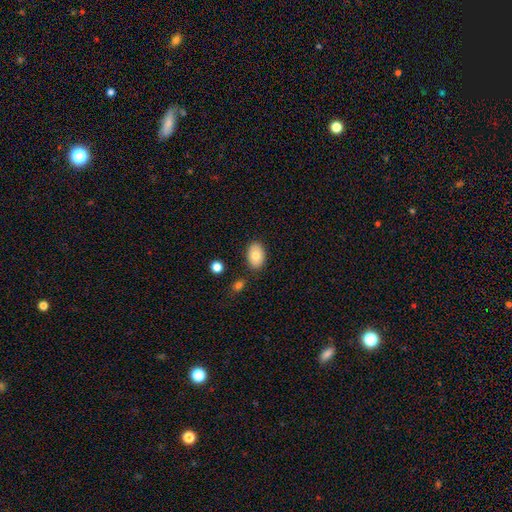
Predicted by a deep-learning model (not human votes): Smooth or featured: smooth — 80% (featured or disk — 13%)
How rounded: in between — 88% (round — 11%)
Merging: none — 83% (minor disturbance — 11%)